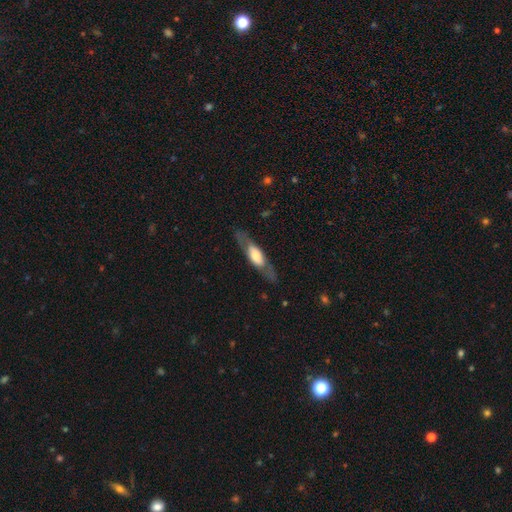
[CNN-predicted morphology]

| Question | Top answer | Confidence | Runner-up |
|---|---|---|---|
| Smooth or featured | featured or disk | 55% | smooth (40%) |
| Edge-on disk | yes | 55% | no (45%) |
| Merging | none | 78% | minor disturbance (13%) |